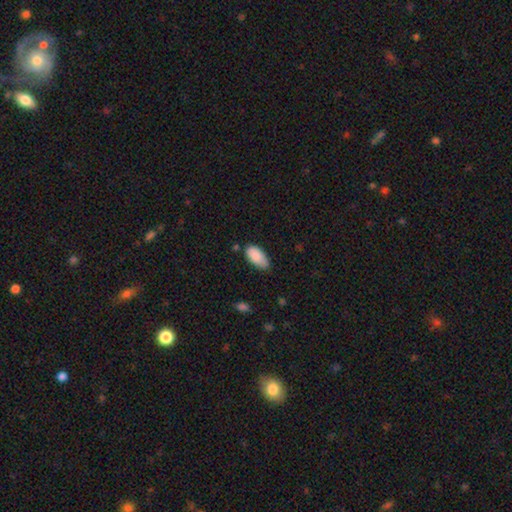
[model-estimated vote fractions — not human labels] This is clearly a smooth galaxy (87%). How rounded: clearly in between (94%). Merging: likely none (61%).